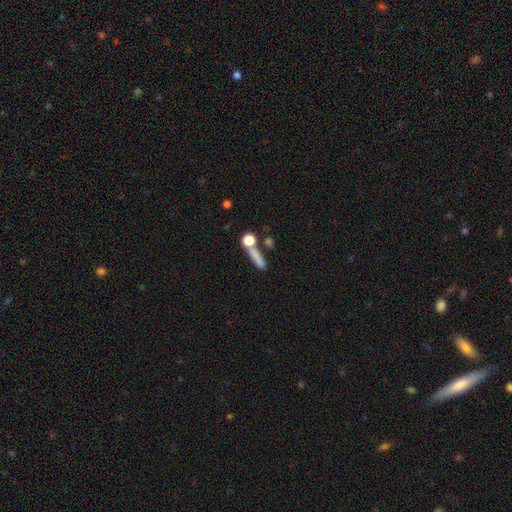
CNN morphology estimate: Smooth or featured? Predicted: smooth (p=0.74). How rounded? Predicted: cigar-shaped (p=0.55). Merging? Predicted: none (p=0.58).